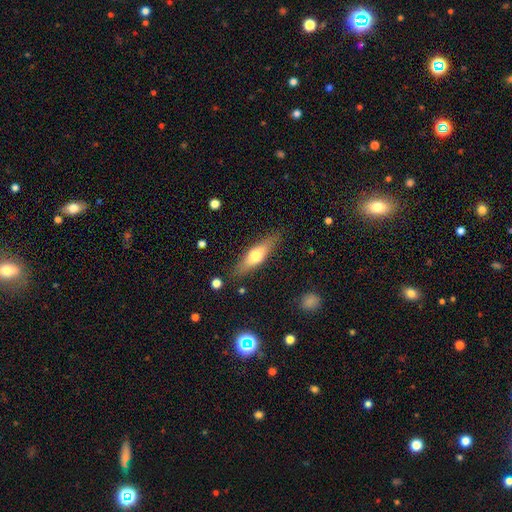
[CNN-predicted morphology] The model was most divided on "smooth or featured": smooth: 55%, featured or disk: 39%, star or artifact: 6%. More confident: merging — none (84%); how rounded — cigar-shaped (60%).